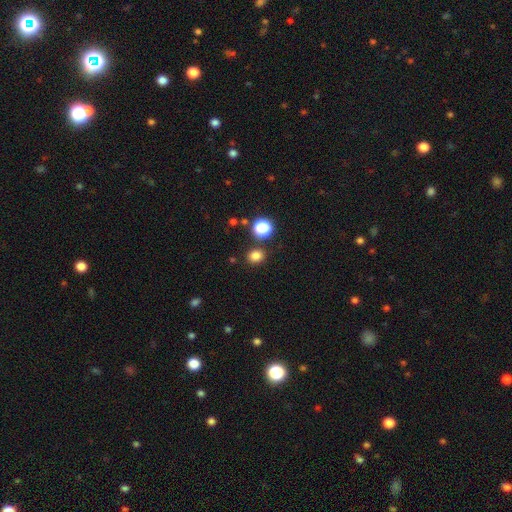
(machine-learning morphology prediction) This appears to be a smooth galaxy with no disk features (80%) that is round (70%). Merging: none (85%).